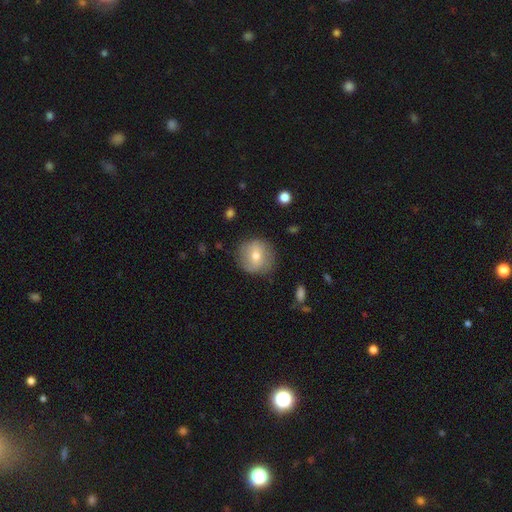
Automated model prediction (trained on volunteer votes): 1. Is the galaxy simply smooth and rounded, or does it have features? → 60% smooth, 32% featured or disk, 8% star or artifact.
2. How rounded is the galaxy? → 89% round, 10% in between, 1% cigar-shaped.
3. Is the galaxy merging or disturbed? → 78% none, 16% minor disturbance, 5% major disturbance, 1% merger.